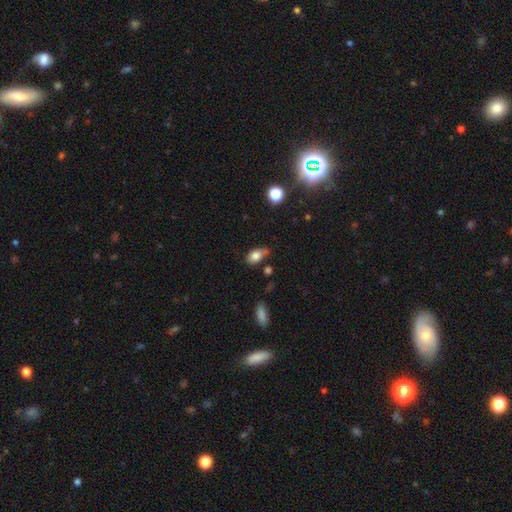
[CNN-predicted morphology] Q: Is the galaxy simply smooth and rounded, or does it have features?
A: smooth — 80%.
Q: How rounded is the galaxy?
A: in between — 87%.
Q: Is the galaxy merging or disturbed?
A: none — 52%.